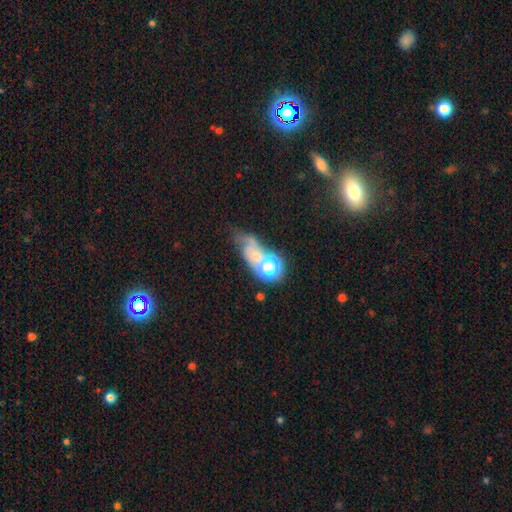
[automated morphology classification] Smooth or featured?
  - smooth: 44% *
  - featured or disk: 30%
  - star or artifact: 26%
Merging?
  - none: 30% *
  - merger: 28%
  - major disturbance: 24%
  - minor disturbance: 18%